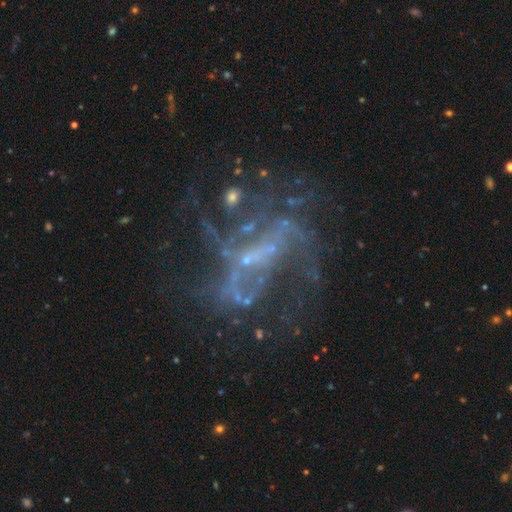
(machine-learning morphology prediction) smooth-or-featured: featured or disk: 76% | star or artifact: 17% | smooth: 7%
  disk-edge-on: no: 96% | yes: 4%
    bar: weak: 36% | no: 34% | strong: 29%
    has-spiral-arms: yes: 63% | no: 37%
    bulge-size: small: 48% | none: 40% | moderate: 9% | large: 1% | dominant: 1%
  merging: none: 46% | major disturbance: 33% | minor disturbance: 15% | merger: 6%